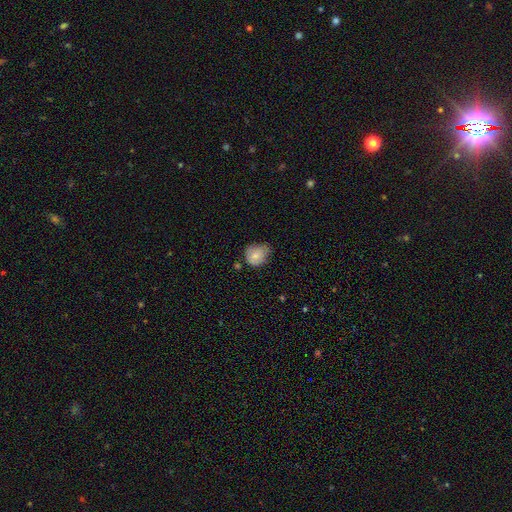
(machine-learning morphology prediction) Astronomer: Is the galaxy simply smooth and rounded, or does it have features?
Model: smooth — 77%.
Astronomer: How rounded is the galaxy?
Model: round — 65%.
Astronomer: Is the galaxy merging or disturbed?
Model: none — 46% (runner-up: minor disturbance, 41%).